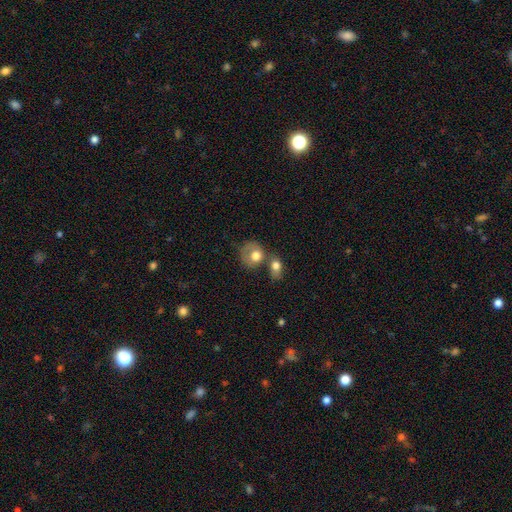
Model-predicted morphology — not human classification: Smooth or featured?
  - smooth: 71% *
  - featured or disk: 21%
  - star or artifact: 7%
How rounded?
  - round: 66% *
  - in between: 33%
  - cigar-shaped: 1%
Merging?
  - merger: 45% *
  - none: 31%
  - minor disturbance: 14%
  - major disturbance: 9%